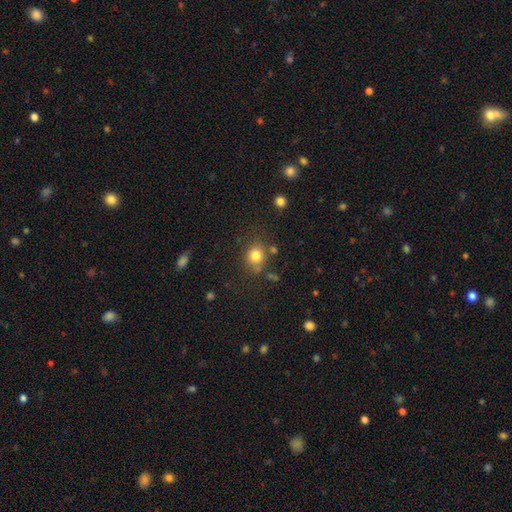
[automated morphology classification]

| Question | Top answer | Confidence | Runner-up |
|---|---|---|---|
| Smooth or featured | smooth | 80% | star or artifact (12%) |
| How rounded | round | 78% | in between (21%) |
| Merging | none | 73% | minor disturbance (14%) |